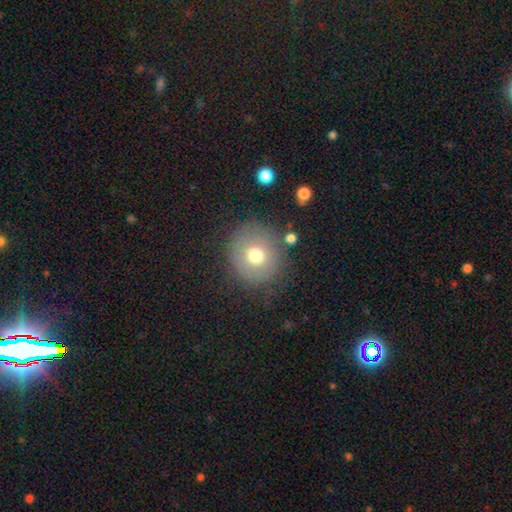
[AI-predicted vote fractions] A smooth galaxy with no disk features (68%) that is round (87%).

Vote fractions:
- Smooth or featured? smooth: 68% / featured or disk: 20% / star or artifact: 12%
- How rounded? round: 87% / in between: 12% / cigar-shaped: 1%
- Merging? none: 77% / minor disturbance: 13% / major disturbance: 7% / merger: 3%